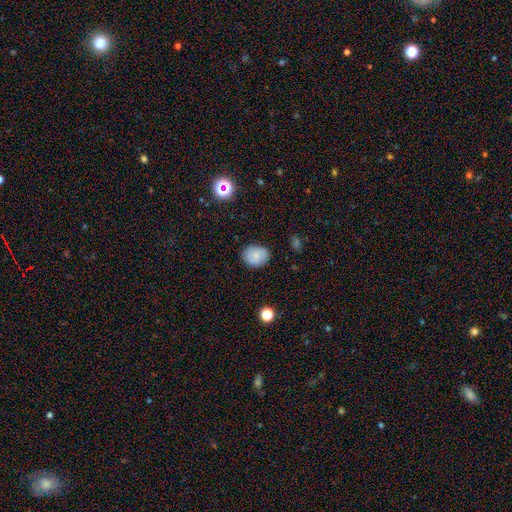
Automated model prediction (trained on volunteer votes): The model was most divided on "how rounded": round: 57%, in between: 43%, cigar-shaped: 1%. More confident: merging — none (84%); smooth or featured — smooth (76%).